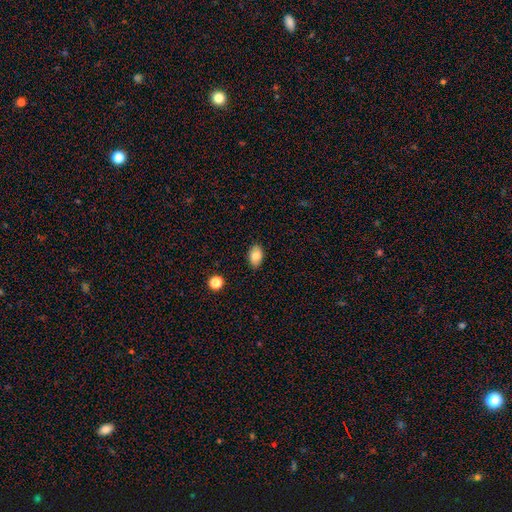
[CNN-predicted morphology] smooth_or_featured: smooth (p=0.80) [alt: featured or disk p=0.12]
how_rounded: in between (p=0.87) [alt: round p=0.11]
merging: none (p=0.87) [alt: minor disturbance p=0.10]